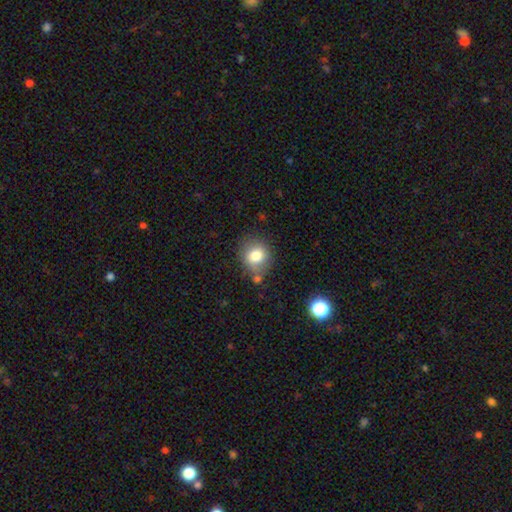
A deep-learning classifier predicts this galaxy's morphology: A smooth galaxy with no disk features (79%) that is round (77%). Merging: none (69%).